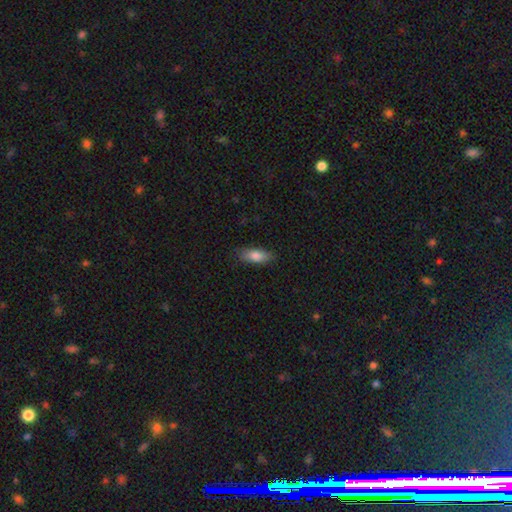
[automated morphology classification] A smooth galaxy with no disk features (82%) that is in between round and cigar-shaped (76%).

Vote fractions:
- Smooth or featured? smooth: 82% / featured or disk: 12% / star or artifact: 7%
- How rounded? in between: 76% / cigar-shaped: 22% / round: 2%
- Merging? none: 84% / minor disturbance: 12% / major disturbance: 2% / merger: 1%